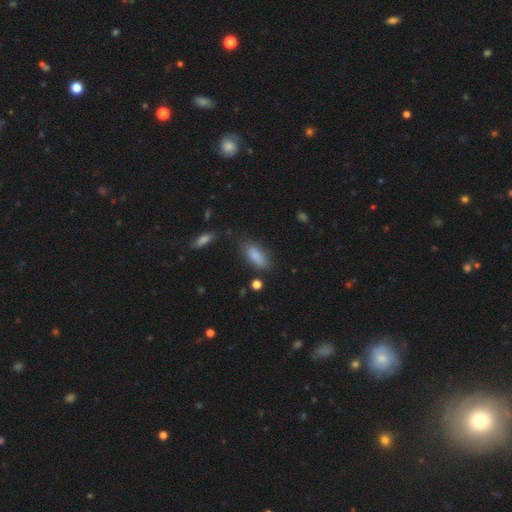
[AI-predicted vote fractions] Smooth or featured: smooth — 86% (star or artifact — 7%)
How rounded: in between — 72% (cigar-shaped — 26%)
Merging: none — 75% (minor disturbance — 17%)